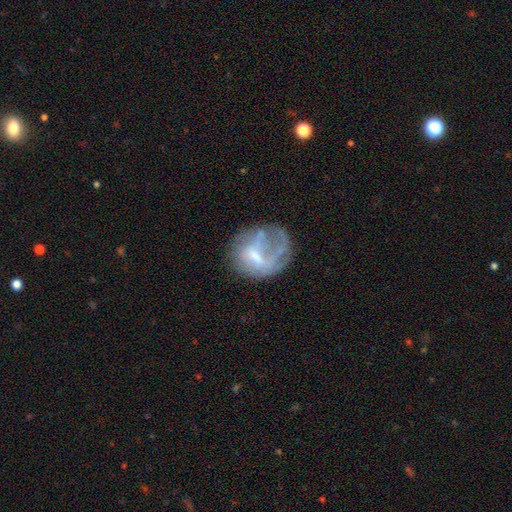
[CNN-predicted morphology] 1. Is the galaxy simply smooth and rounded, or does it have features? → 52% featured or disk, 38% smooth, 10% star or artifact.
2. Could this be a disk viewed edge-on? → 97% no, 3% yes.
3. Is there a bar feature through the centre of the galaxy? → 53% no, 36% weak, 11% strong.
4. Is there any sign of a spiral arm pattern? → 70% no, 30% yes.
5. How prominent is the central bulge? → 38% small, 34% moderate, 23% none, 4% large, 1% dominant.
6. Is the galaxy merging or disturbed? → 37% none (tied), 37% major disturbance (tied), 22% minor disturbance, 5% merger.